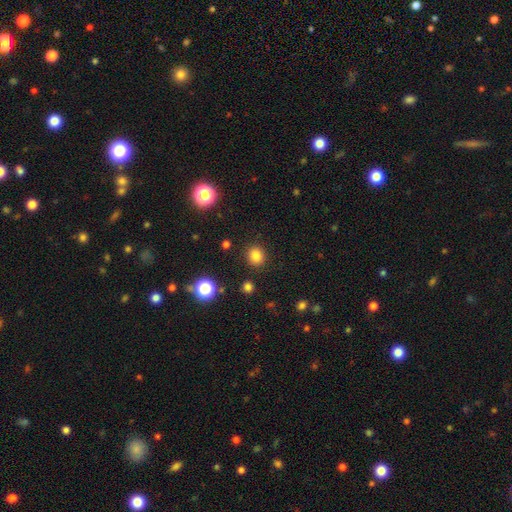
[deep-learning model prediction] This appears to be a smooth galaxy with no disk features (82%) that is round (78%). Merging: none (88%).